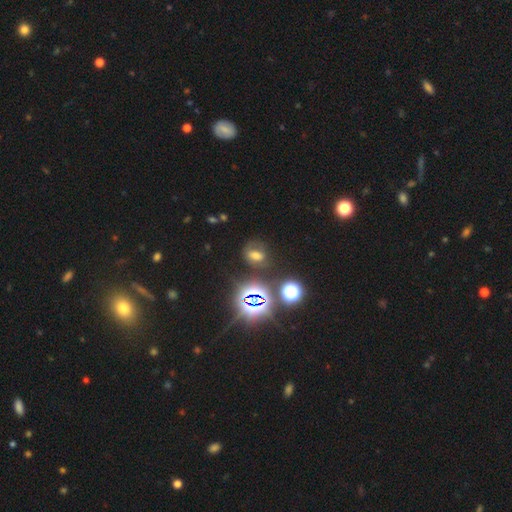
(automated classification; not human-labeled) smooth 46%, star or artifact 34%, featured or disk 19%. Down the decision tree: merging — none (65%).